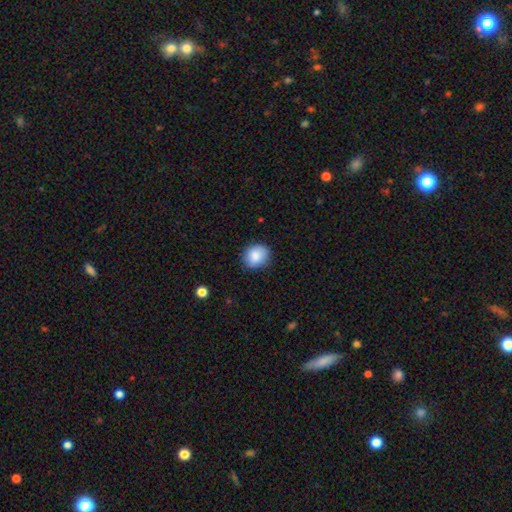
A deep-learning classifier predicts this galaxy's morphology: The model was most divided on "how rounded": round: 65%, in between: 34%, cigar-shaped: 1%. More confident: smooth or featured — smooth (86%); merging — none (83%).